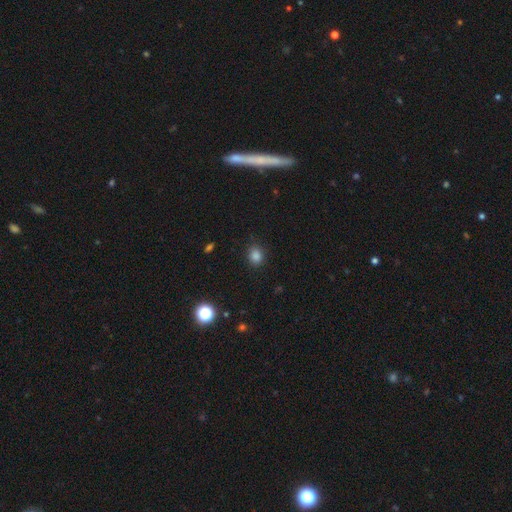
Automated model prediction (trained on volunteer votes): Smooth or featured: smooth — 83% (star or artifact — 13%)
How rounded: round — 66% (in between — 33%)
Merging: none — 85% (minor disturbance — 11%)